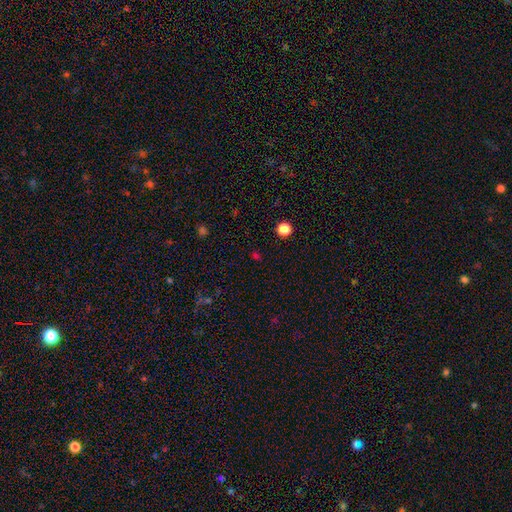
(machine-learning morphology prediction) Smooth or featured: smooth — 50% (star or artifact — 44%)
How rounded: round — 78% (in between — 20%)
Merging: none — 85% (minor disturbance — 8%)